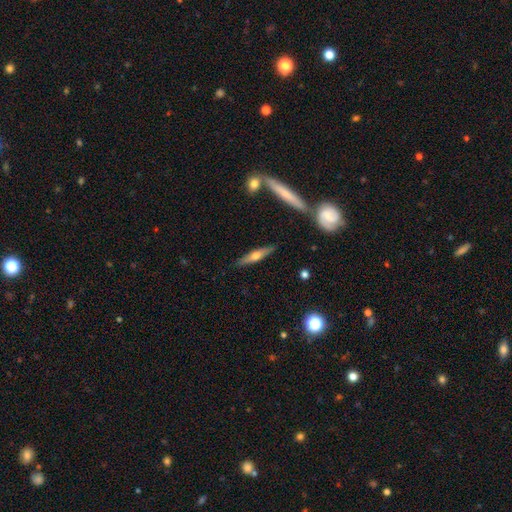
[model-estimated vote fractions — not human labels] The model was most divided on "smooth or featured": featured or disk: 50%, smooth: 44%, star or artifact: 6%. More confident: edge-on disk — yes (93%); merging — none (86%).